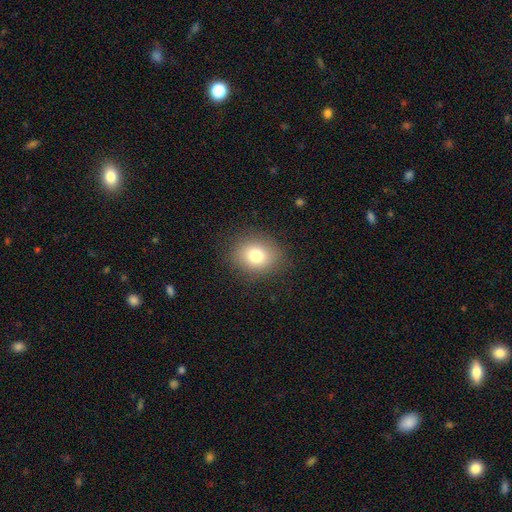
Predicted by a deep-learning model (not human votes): Smooth or featured?
  - smooth: 77% *
  - star or artifact: 12%
  - featured or disk: 11%
How rounded?
  - round: 62% *
  - in between: 37%
  - cigar-shaped: 1%
Merging?
  - none: 86% *
  - minor disturbance: 10%
  - major disturbance: 3%
  - merger: 1%